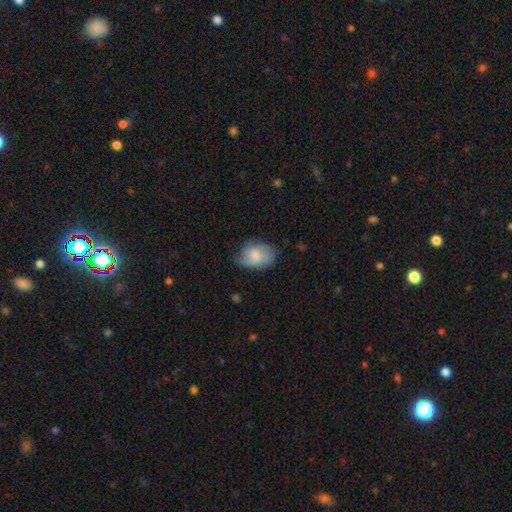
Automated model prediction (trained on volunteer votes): Morphology: type=smooth (68%); roundness=in between (80%); merging=none (53%).